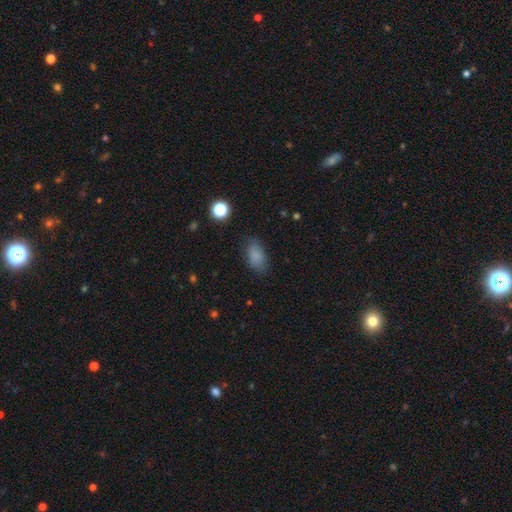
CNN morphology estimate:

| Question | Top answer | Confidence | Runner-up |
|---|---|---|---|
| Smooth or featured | smooth | 84% | star or artifact (11%) |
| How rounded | in between | 90% | round (8%) |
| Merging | none | 78% | minor disturbance (16%) |